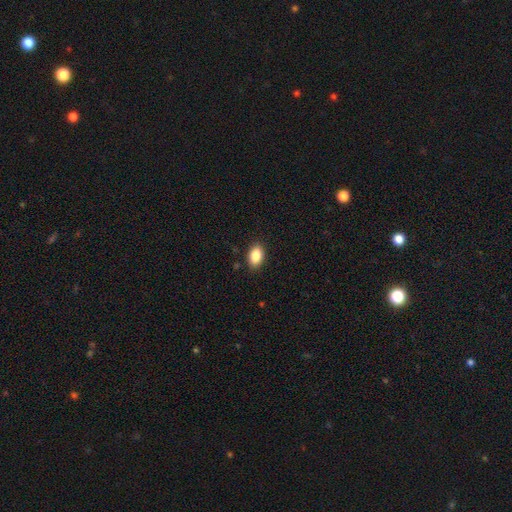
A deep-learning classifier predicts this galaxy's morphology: smooth-or-featured: smooth: 87% | star or artifact: 8% | featured or disk: 6%
  how-rounded: in between: 89% | round: 9% | cigar-shaped: 2%
  merging: none: 88% | minor disturbance: 9% | major disturbance: 2% | merger: 1%